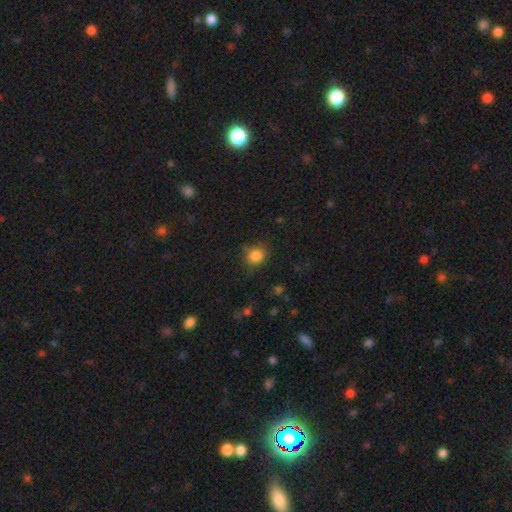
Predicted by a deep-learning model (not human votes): smooth_or_featured: smooth (p=0.84) [alt: star or artifact p=0.11]
how_rounded: round (p=0.76) [alt: in between p=0.24]
merging: none (p=0.74) [alt: minor disturbance p=0.18]